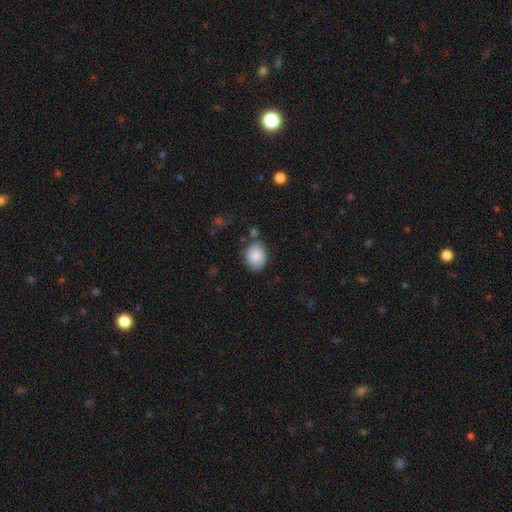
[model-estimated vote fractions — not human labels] Smooth or featured?
  - smooth: 86% *
  - featured or disk: 7%
  - star or artifact: 7%
How rounded?
  - in between: 53% *
  - round: 47%
  - cigar-shaped: 1%
Merging?
  - none: 75% *
  - minor disturbance: 16%
  - merger: 6%
  - major disturbance: 4%